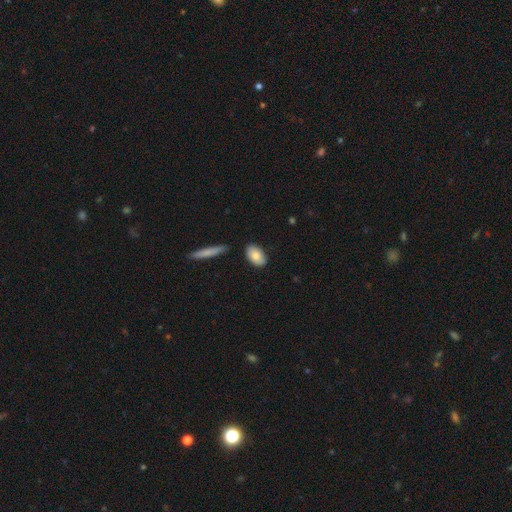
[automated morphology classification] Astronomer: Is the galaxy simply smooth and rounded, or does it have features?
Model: smooth — 81%.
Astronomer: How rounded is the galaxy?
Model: in between — 91%.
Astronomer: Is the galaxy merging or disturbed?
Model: none — 83%.